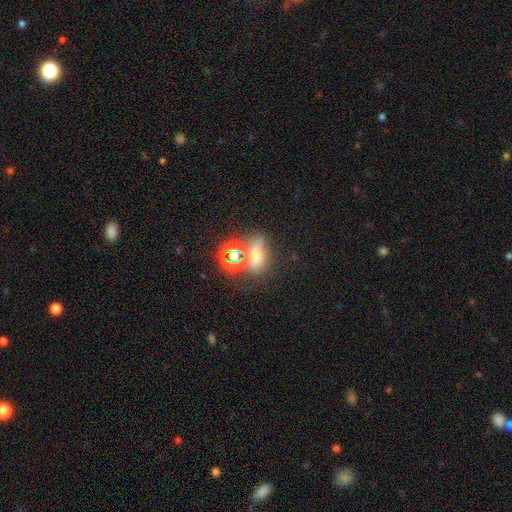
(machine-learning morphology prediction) The model was most divided on "smooth or featured": smooth: 49%, star or artifact: 35%, featured or disk: 16%. More confident: merging — none (52%).